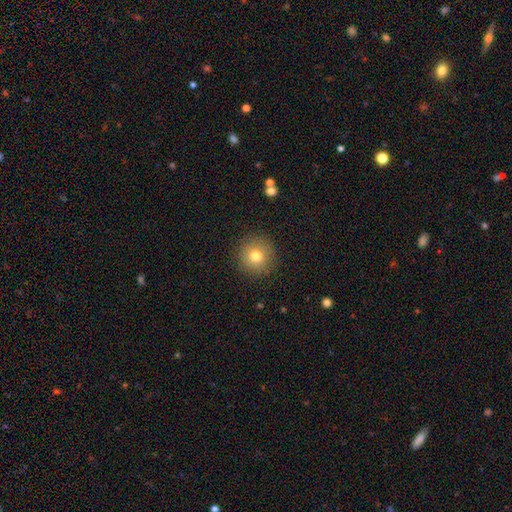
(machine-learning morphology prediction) The model was most divided on "smooth or featured": smooth: 77%, star or artifact: 12%, featured or disk: 11%. More confident: how rounded — round (94%); merging — none (90%).